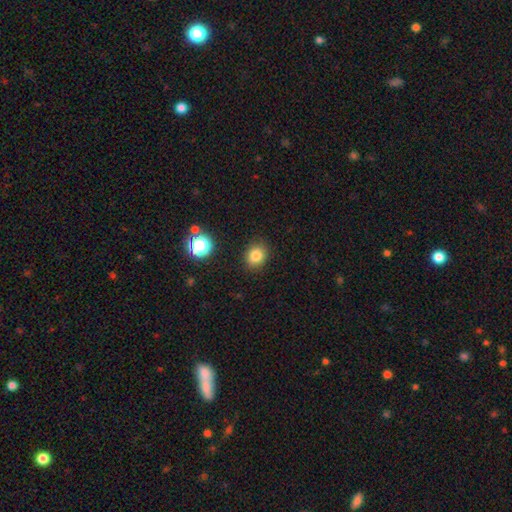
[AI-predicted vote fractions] Overall: smooth (82%). How rounded: round (70%). Merging: none (88%).